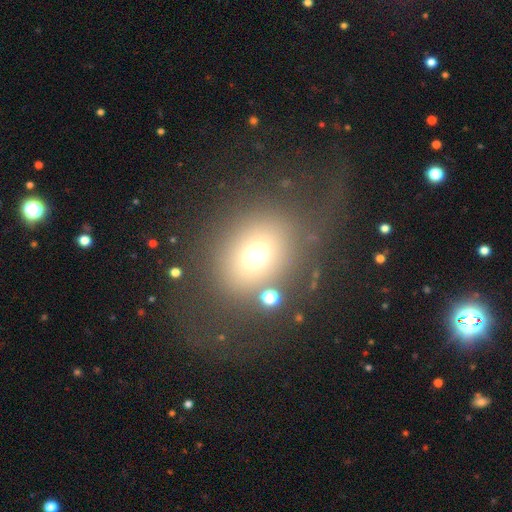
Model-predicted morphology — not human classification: Smooth or featured?
  - smooth: 62% *
  - featured or disk: 20%
  - star or artifact: 18%
How rounded?
  - round: 60% *
  - in between: 39%
  - cigar-shaped: 1%
Merging?
  - none: 52% *
  - major disturbance: 26%
  - minor disturbance: 17%
  - merger: 5%